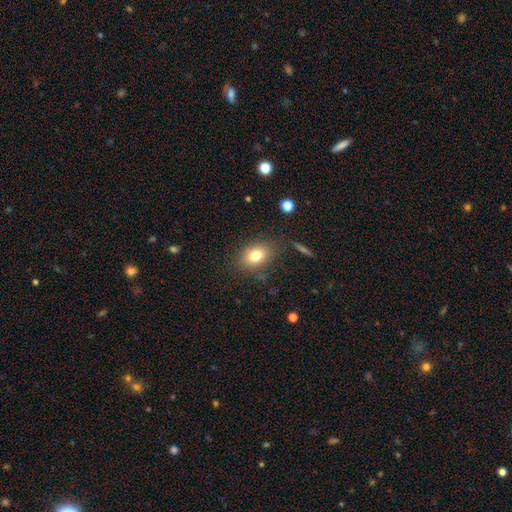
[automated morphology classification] A smooth galaxy with no disk features (78%) that is in between round and cigar-shaped (74%).

Vote fractions:
- Smooth or featured? smooth: 78% / featured or disk: 12% / star or artifact: 11%
- How rounded? in between: 74% / round: 24% / cigar-shaped: 2%
- Merging? none: 80% / minor disturbance: 13% / major disturbance: 4% / merger: 2%